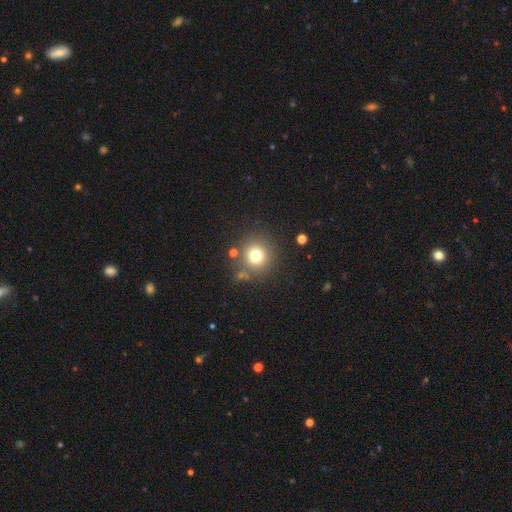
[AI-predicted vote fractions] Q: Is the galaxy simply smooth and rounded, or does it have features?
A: smooth — 76%.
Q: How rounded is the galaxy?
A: round — 92%.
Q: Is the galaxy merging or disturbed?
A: none — 81%.